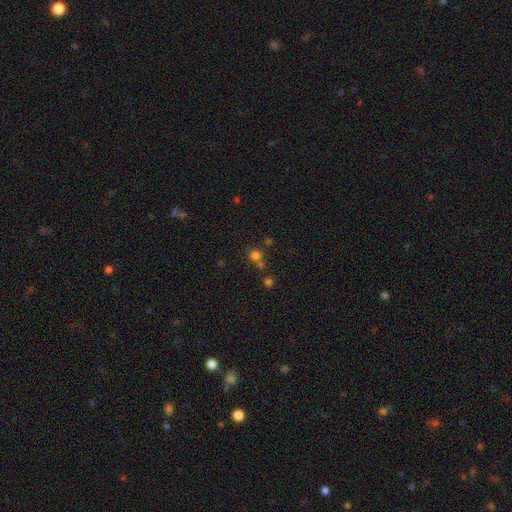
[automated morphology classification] smooth 69%, star or artifact 23%, featured or disk 8%. Down the decision tree: how rounded — round (90%); merging — none (64%).